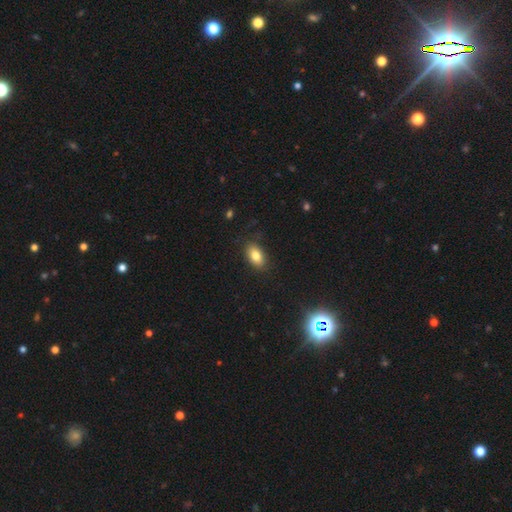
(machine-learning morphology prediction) A smooth galaxy with no disk features (82%) that is in between round and cigar-shaped (90%). Merging: none (85%).